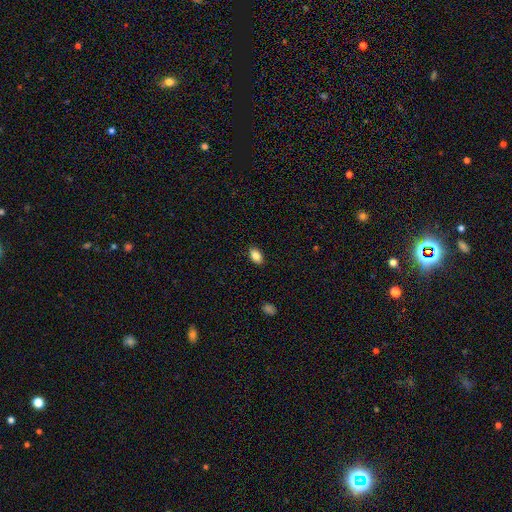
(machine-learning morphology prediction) Overall: smooth (86%). How rounded: in between (91%). Merging: none (89%).